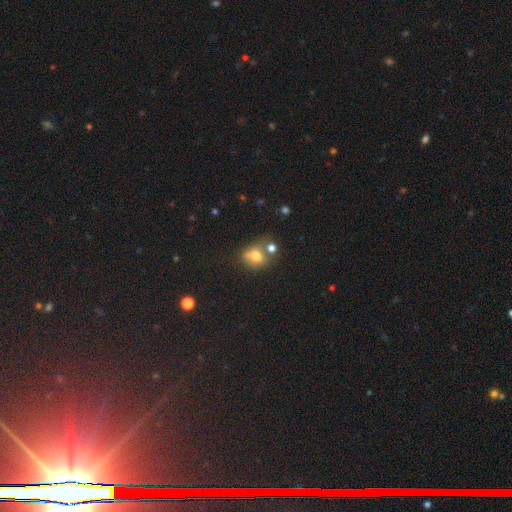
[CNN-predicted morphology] Smooth or featured? Predicted: smooth (p=0.71). How rounded? Predicted: round (p=0.59). Merging? Predicted: none (p=0.48).